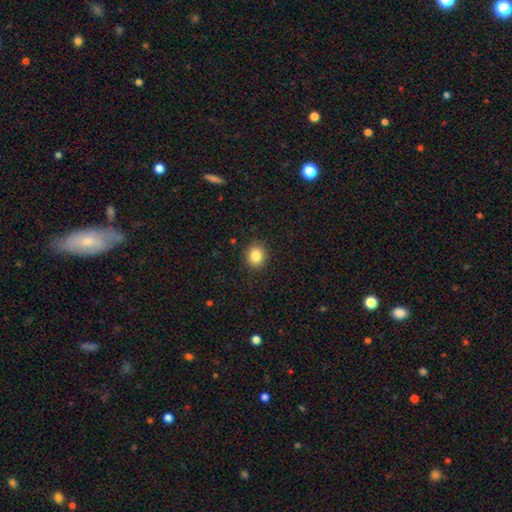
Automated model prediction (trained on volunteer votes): Smooth or featured? smooth (85%)
How rounded? round (67%)
Merging? none (89%)